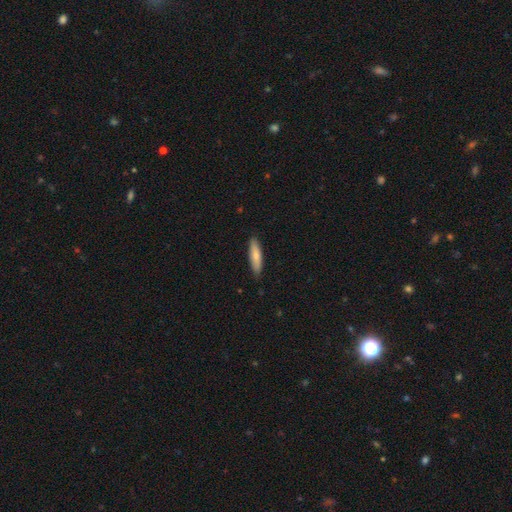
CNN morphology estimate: This is likely a smooth galaxy (76%). How rounded: likely cigar-shaped (74%). Merging: clearly none (87%).